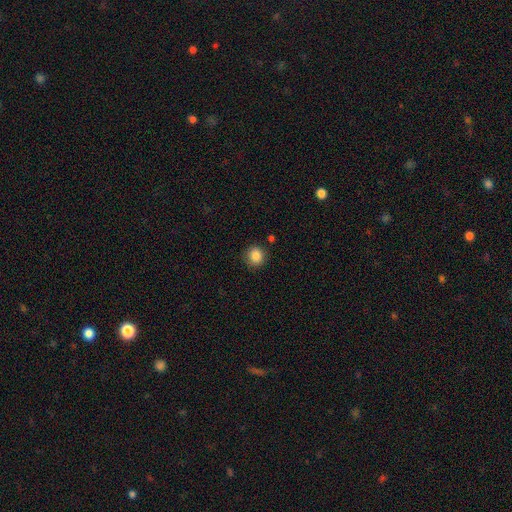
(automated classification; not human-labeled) Morphology: type=smooth (86%); roundness=round (89%); merging=none (87%).